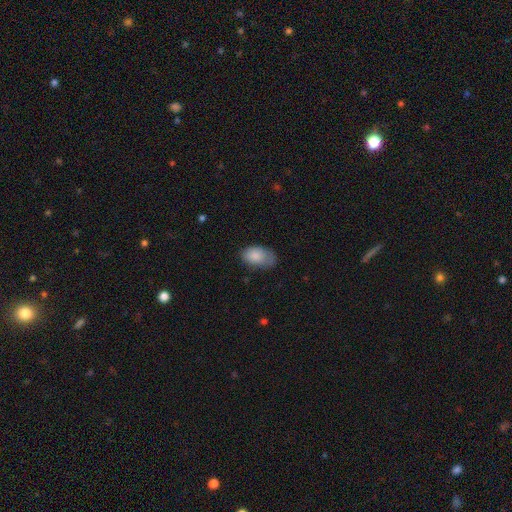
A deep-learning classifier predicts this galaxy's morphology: Smooth or featured? Predicted: smooth (p=0.85). How rounded? Predicted: in between (p=0.92). Merging? Predicted: none (p=0.56).